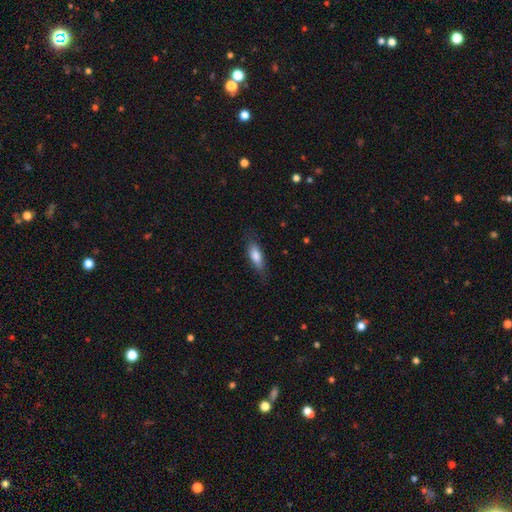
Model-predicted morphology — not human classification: Smooth or featured? smooth (77%)
How rounded? in between (61%)
Merging? none (77%)